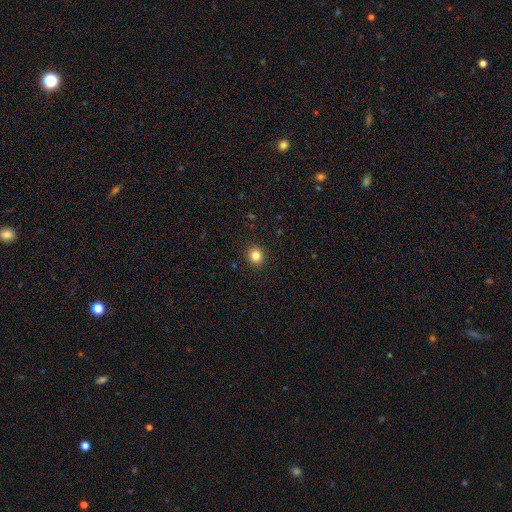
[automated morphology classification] A smooth galaxy with no disk features (83%) that is round (88%).

Vote fractions:
- Smooth or featured? smooth: 83% / star or artifact: 12% / featured or disk: 5%
- How rounded? round: 88% / in between: 11% / cigar-shaped: 1%
- Merging? none: 92% / minor disturbance: 6% / major disturbance: 2% / merger: 1%